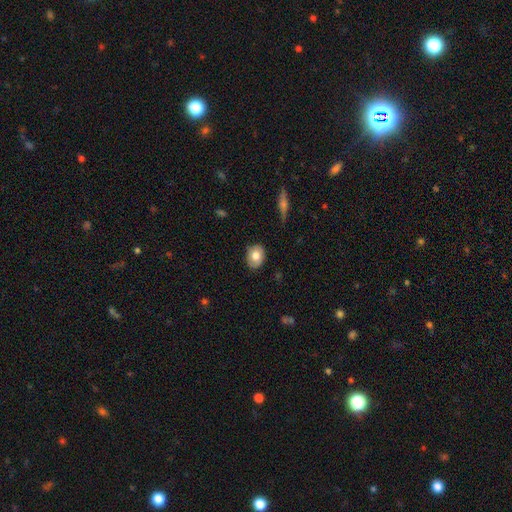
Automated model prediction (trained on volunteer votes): This appears to be a smooth galaxy with no disk features (74%) that is in between round and cigar-shaped (51%). Merging: none (81%).